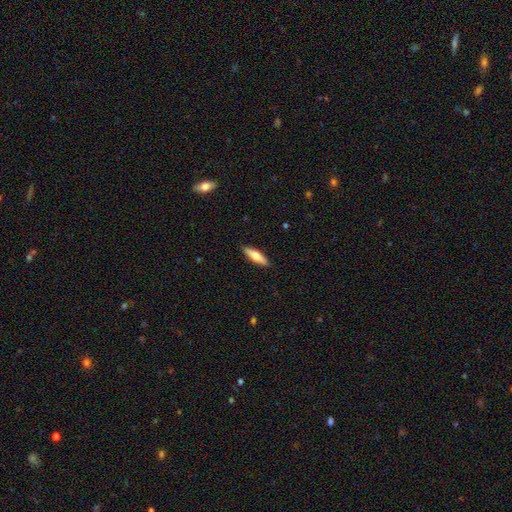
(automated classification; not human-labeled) This appears to be a smooth galaxy with no disk features (58%) that is cigar-shaped (63%). Merging: none (90%).